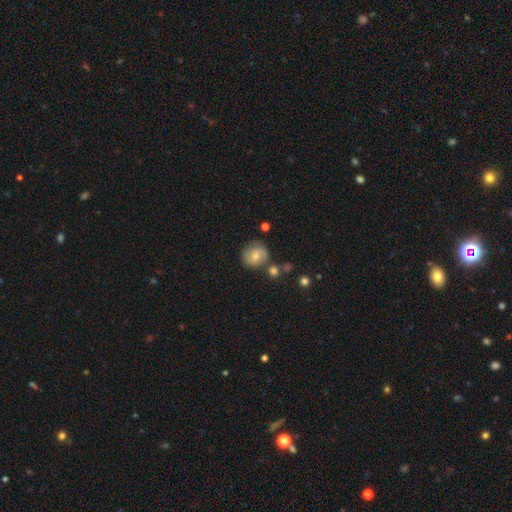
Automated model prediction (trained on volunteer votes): Smooth or featured? smooth (58%)
How rounded? round (82%)
Merging? none (69%)